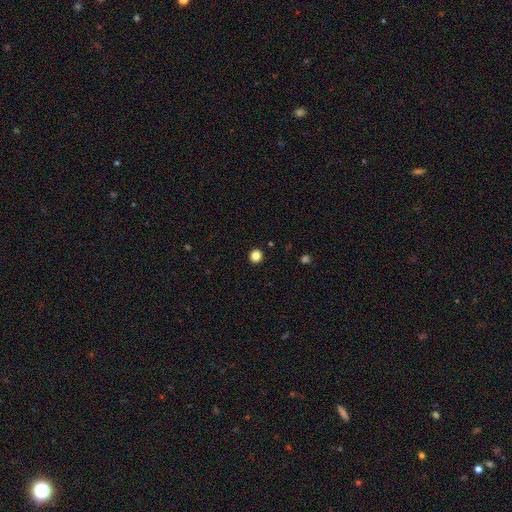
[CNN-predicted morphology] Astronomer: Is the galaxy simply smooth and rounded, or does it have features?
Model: smooth — 84%.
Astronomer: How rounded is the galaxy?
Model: round — 94%.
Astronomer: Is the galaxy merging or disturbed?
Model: none — 94%.